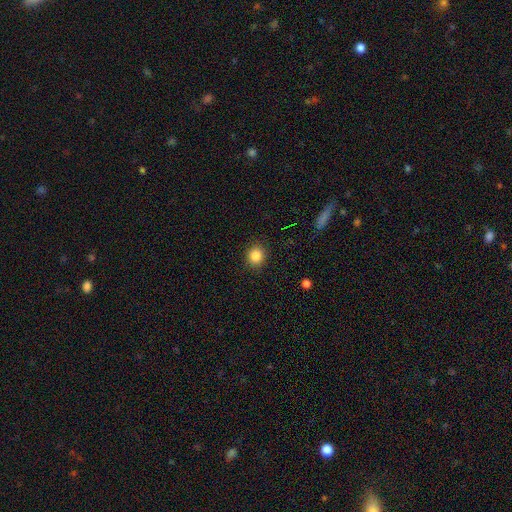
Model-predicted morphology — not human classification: A smooth galaxy with no disk features (85%) that is round (79%).

Vote fractions:
- Smooth or featured? smooth: 85% / star or artifact: 11% / featured or disk: 4%
- How rounded? round: 79% / in between: 20% / cigar-shaped: 1%
- Merging? none: 90% / minor disturbance: 7% / major disturbance: 2% / merger: 1%